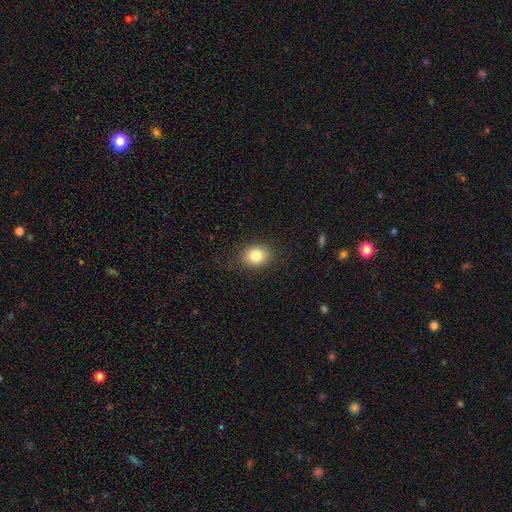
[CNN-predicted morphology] A smooth galaxy with no disk features (82%) that is round (58%).

Vote fractions:
- Smooth or featured? smooth: 82% / star or artifact: 10% / featured or disk: 8%
- How rounded? round: 58% / in between: 41% / cigar-shaped: 1%
- Merging? none: 85% / minor disturbance: 11% / major disturbance: 3% / merger: 1%